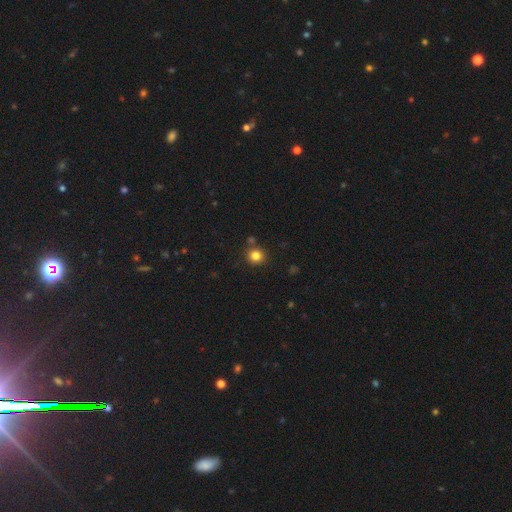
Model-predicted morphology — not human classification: A smooth galaxy with no disk features (82%) that is round (90%).

Vote fractions:
- Smooth or featured? smooth: 82% / star or artifact: 13% / featured or disk: 5%
- How rounded? round: 90% / in between: 9% / cigar-shaped: 1%
- Merging? none: 83% / minor disturbance: 8% / merger: 6% / major disturbance: 2%